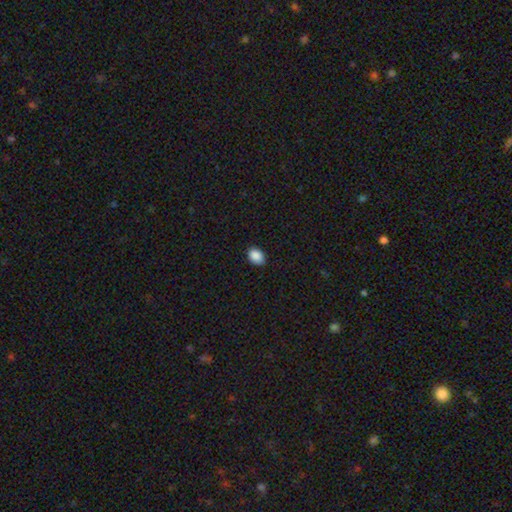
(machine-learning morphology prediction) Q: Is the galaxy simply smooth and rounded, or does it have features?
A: smooth — 89%.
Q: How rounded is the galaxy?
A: in between — 74%.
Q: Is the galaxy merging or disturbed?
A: none — 88%.